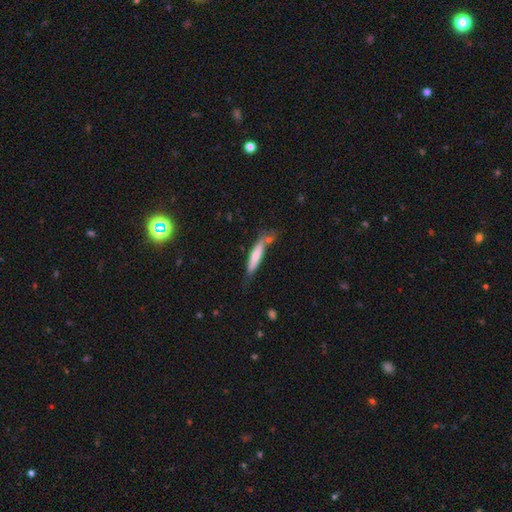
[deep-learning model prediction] The model was most divided on "merging": none: 61%, minor disturbance: 22%, merger: 11%, major disturbance: 6%. More confident: how rounded — cigar-shaped (88%); smooth or featured — smooth (67%).